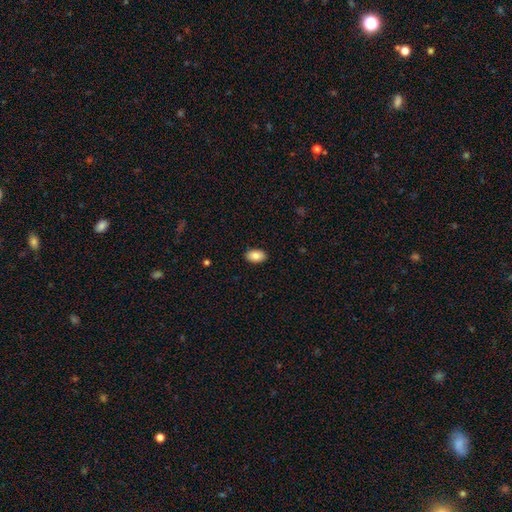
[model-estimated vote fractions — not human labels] Smooth or featured: smooth — 86% (star or artifact — 7%)
How rounded: in between — 92% (round — 7%)
Merging: none — 89% (minor disturbance — 8%)